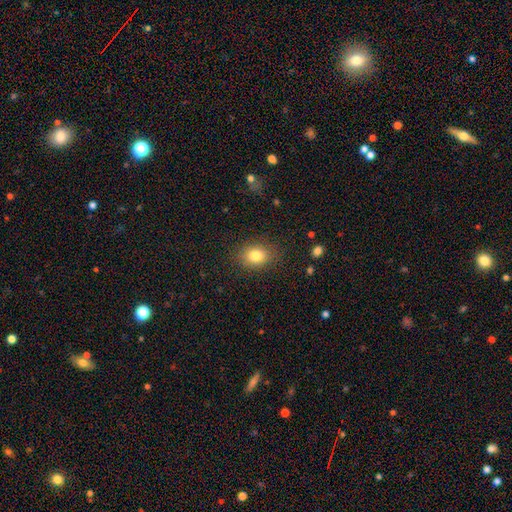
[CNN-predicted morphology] A smooth galaxy with no disk features (81%) that is in between round and cigar-shaped (61%).

Vote fractions:
- Smooth or featured? smooth: 81% / star or artifact: 10% / featured or disk: 9%
- How rounded? in between: 61% / round: 38% / cigar-shaped: 1%
- Merging? none: 84% / minor disturbance: 11% / major disturbance: 4% / merger: 1%